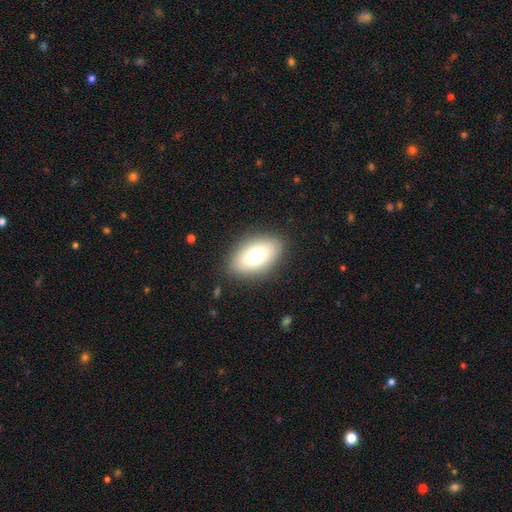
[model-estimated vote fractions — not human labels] Smooth or featured? Predicted: smooth (p=0.73). How rounded? Predicted: in between (p=0.89). Merging? Predicted: none (p=0.86).